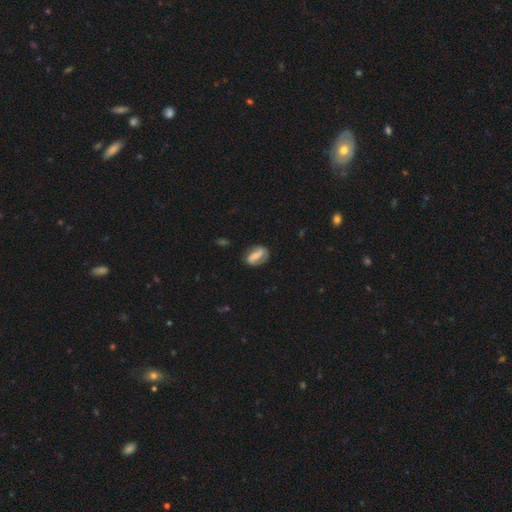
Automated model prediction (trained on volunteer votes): The model was most divided on "spiral winding": medium: 37%, loose: 36%, tight: 27%. Remaining: edge-on disk — no (96%); spiral arms — yes (83%); spiral arm count — 2 (83%); merging — none (75%); smooth or featured — featured or disk (65%); bar — strong (48%); bulge size — small (45%).